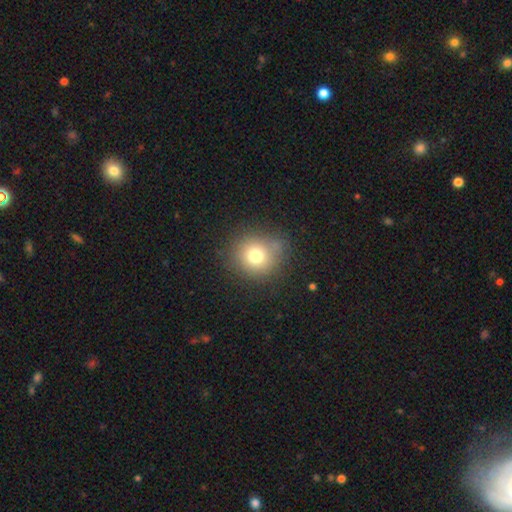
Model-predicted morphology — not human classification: Smooth or featured? Predicted: smooth (p=0.74). How rounded? Predicted: round (p=0.86). Merging? Predicted: none (p=0.77).